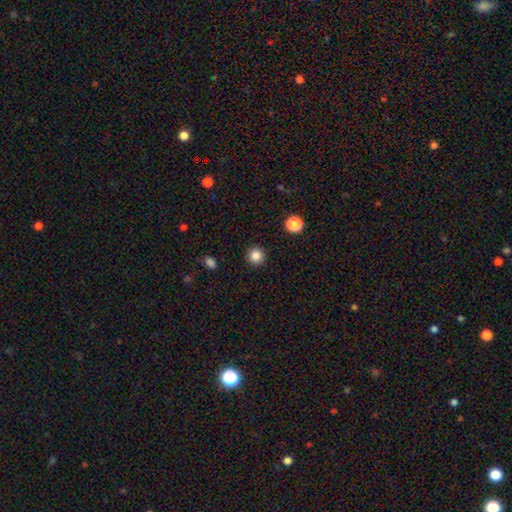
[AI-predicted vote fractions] smooth_or_featured: smooth (p=0.85) [alt: star or artifact p=0.11]
how_rounded: round (p=0.94) [alt: in between p=0.05]
merging: none (p=0.92) [alt: minor disturbance p=0.05]